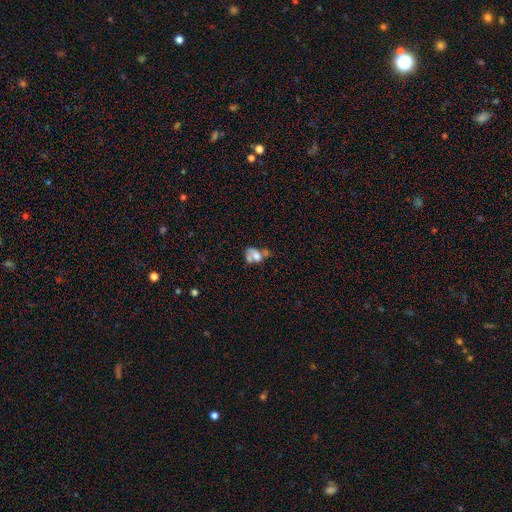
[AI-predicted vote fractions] A smooth galaxy with no disk features (56%) that is in between round and cigar-shaped (69%).

Vote fractions:
- Smooth or featured? smooth: 56% / featured or disk: 31% / star or artifact: 13%
- How rounded? in between: 69% / round: 29% / cigar-shaped: 2%
- Merging? merger: 45% / major disturbance: 21% / none: 20% / minor disturbance: 15%